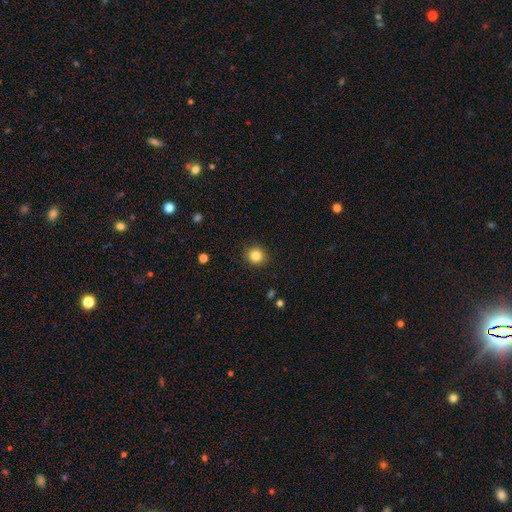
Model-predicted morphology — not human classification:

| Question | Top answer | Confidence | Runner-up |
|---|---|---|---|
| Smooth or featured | smooth | 85% | star or artifact (10%) |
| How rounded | round | 83% | in between (17%) |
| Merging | none | 89% | minor disturbance (7%) |